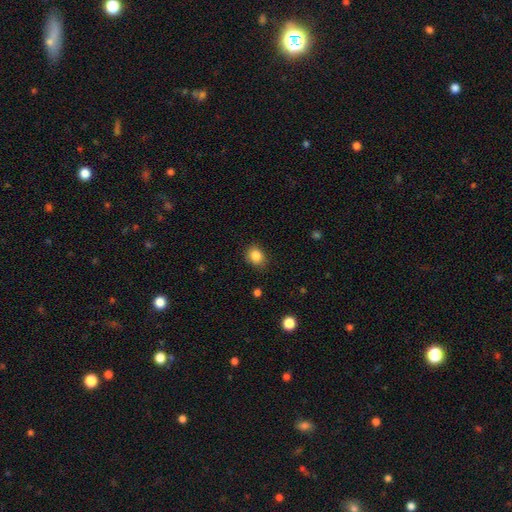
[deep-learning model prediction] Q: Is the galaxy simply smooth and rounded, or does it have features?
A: smooth — 85%.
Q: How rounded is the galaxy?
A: round — 61%.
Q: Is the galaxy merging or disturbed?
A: none — 84%.